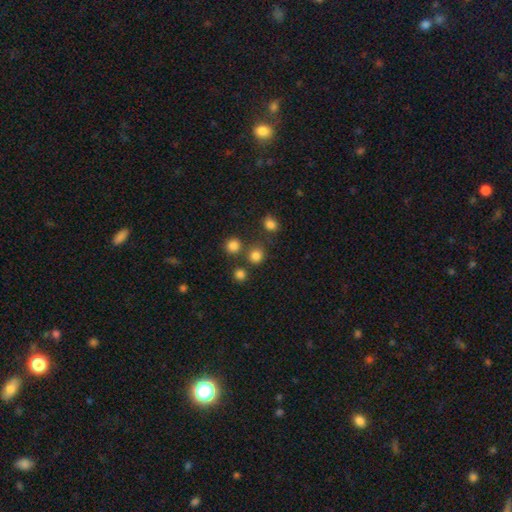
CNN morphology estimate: smooth_or_featured: smooth (p=0.79) [alt: star or artifact p=0.16]
how_rounded: round (p=0.87) [alt: in between p=0.12]
merging: none (p=0.74) [alt: merger p=0.14]